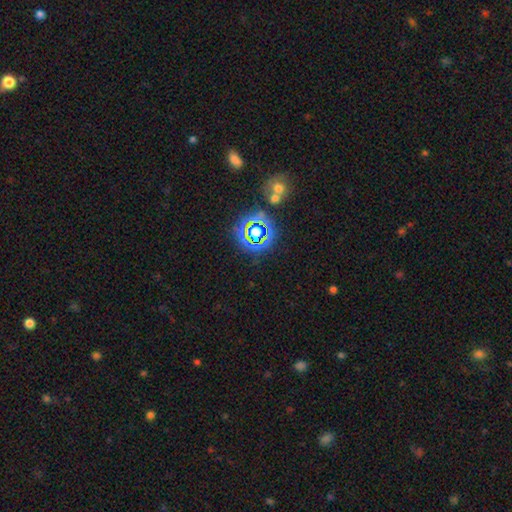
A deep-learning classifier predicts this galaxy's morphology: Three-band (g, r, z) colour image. It shows a star or artifact, not a galaxy (56%).